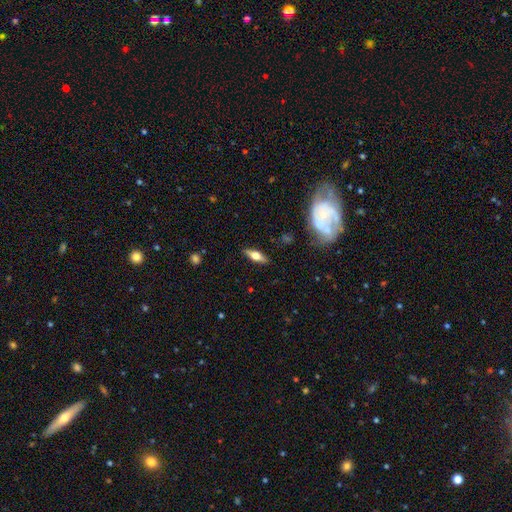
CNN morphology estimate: Smooth or featured? Predicted: featured or disk (p=0.50). Edge-on disk? Predicted: yes (p=0.89). Merging? Predicted: none (p=0.86).